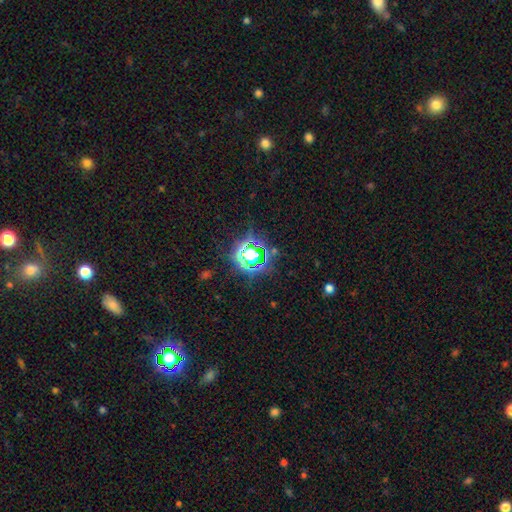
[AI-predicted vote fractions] Smooth or featured: star or artifact — 77% (smooth — 15%)